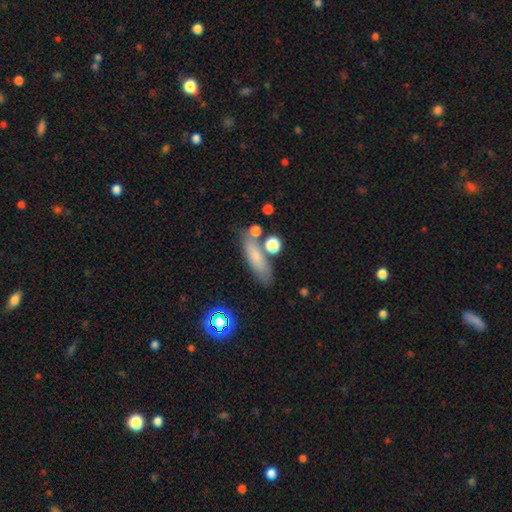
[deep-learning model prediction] The model was most divided on "how rounded": cigar-shaped: 55%, in between: 39%, round: 6%. More confident: smooth or featured — smooth (71%); merging — none (69%).